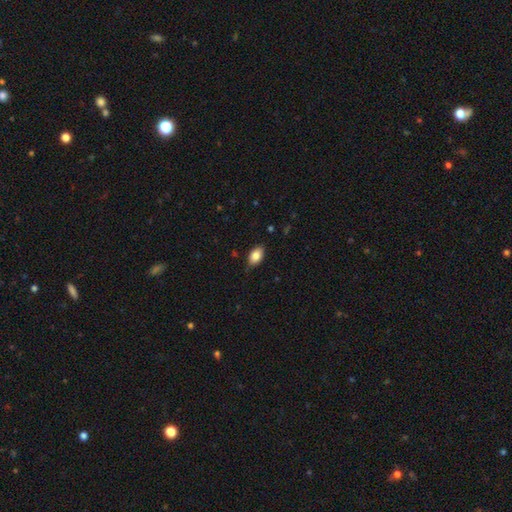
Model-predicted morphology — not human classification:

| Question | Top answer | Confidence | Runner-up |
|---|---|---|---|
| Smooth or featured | smooth | 84% | featured or disk (8%) |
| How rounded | in between | 89% | round (8%) |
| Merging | none | 78% | minor disturbance (18%) |